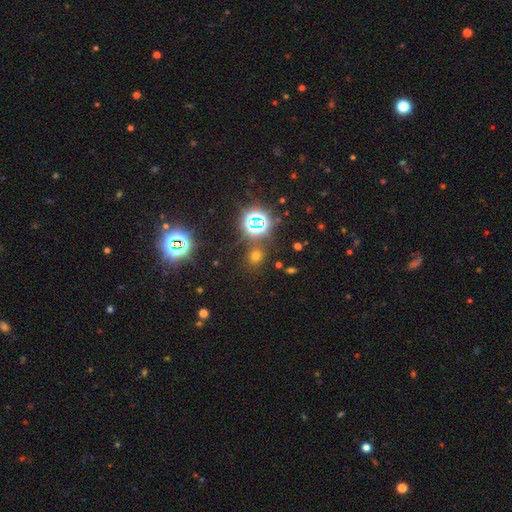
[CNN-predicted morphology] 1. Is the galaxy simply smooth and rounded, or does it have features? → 48% smooth, 45% star or artifact, 7% featured or disk.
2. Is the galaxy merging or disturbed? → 83% none, 8% minor disturbance, 5% merger, 4% major disturbance.